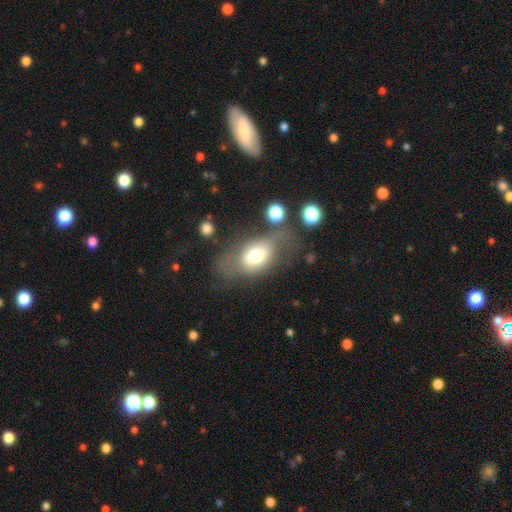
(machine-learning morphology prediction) smooth-or-featured: smooth: 61% | featured or disk: 29% | star or artifact: 10%
  how-rounded: in between: 79% | round: 17% | cigar-shaped: 3%
  merging: none: 40% | major disturbance: 29% | minor disturbance: 23% | merger: 8%